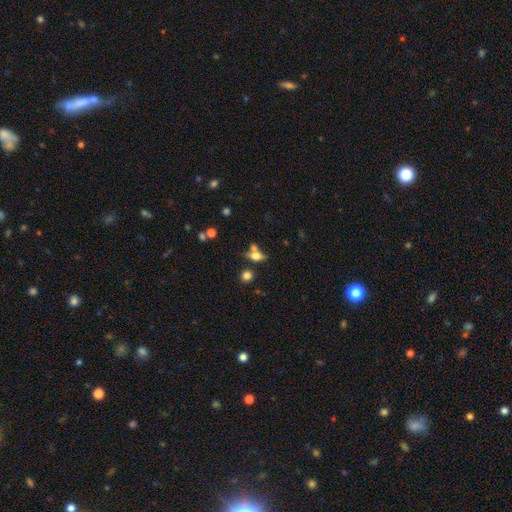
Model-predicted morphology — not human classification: Smooth or featured? smooth (67%)
How rounded? in between (71%)
Merging? none (48%)